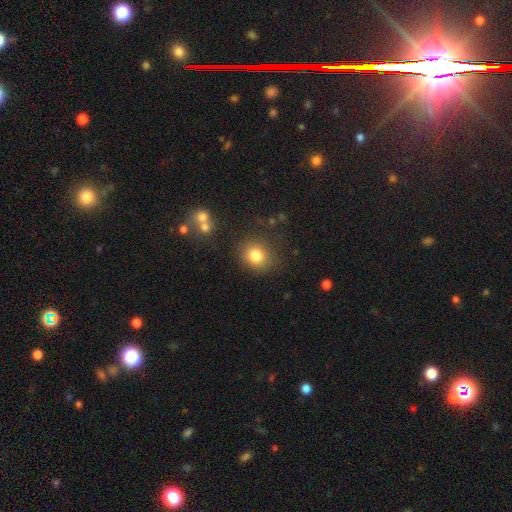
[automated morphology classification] Smooth or featured? smooth (81%)
How rounded? round (77%)
Merging? none (82%)